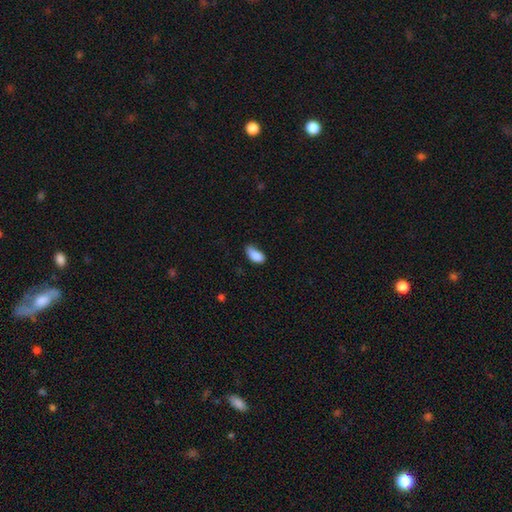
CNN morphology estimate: This is clearly a smooth galaxy (86%). How rounded: clearly in between (91%). Merging: possibly none (49%).